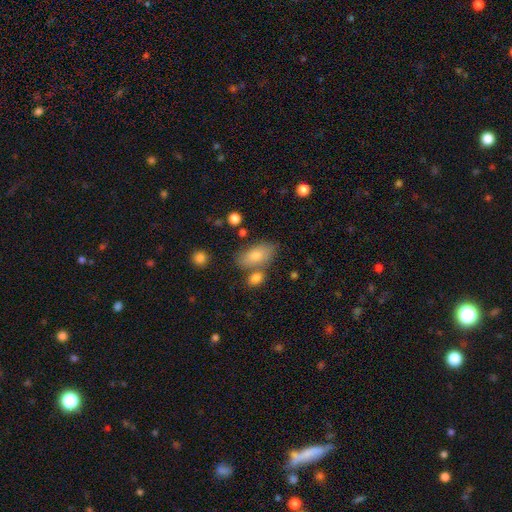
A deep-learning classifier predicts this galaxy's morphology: Smooth or featured?
  - smooth: 75% *
  - featured or disk: 17%
  - star or artifact: 9%
How rounded?
  - in between: 89% *
  - cigar-shaped: 7%
  - round: 5%
Merging?
  - none: 66% *
  - merger: 17%
  - minor disturbance: 14%
  - major disturbance: 4%